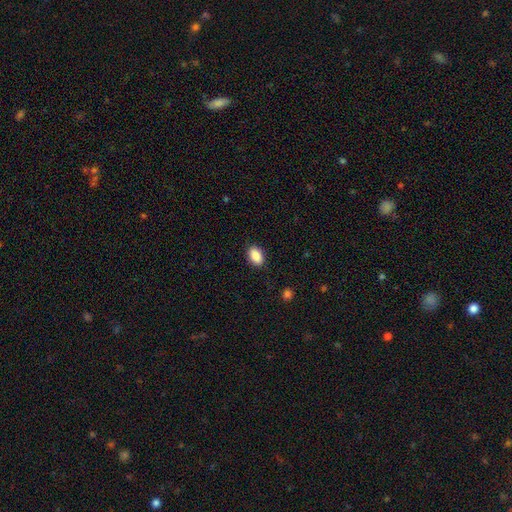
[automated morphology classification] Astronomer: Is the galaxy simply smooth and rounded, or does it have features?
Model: smooth — 88%.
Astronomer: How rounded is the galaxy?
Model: in between — 89%.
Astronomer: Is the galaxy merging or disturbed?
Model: none — 88%.